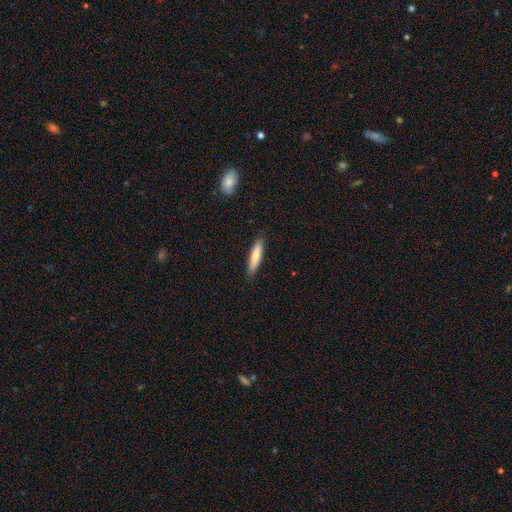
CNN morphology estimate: The model was most divided on "smooth or featured": smooth: 78%, featured or disk: 16%, star or artifact: 6%. More confident: merging — none (88%); how rounded — cigar-shaped (80%).